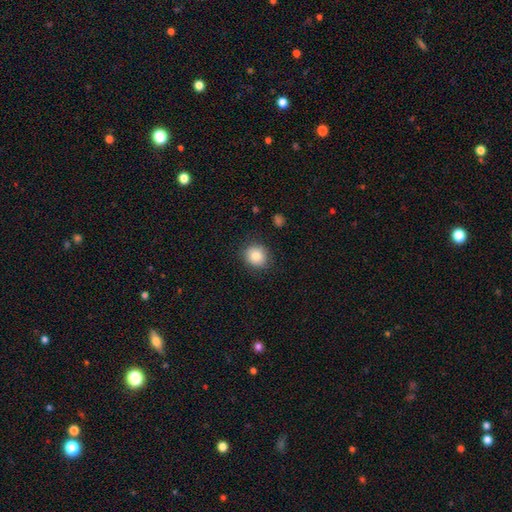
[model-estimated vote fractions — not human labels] This appears to be a smooth galaxy with no disk features (85%) that is round (80%). Merging: none (84%).